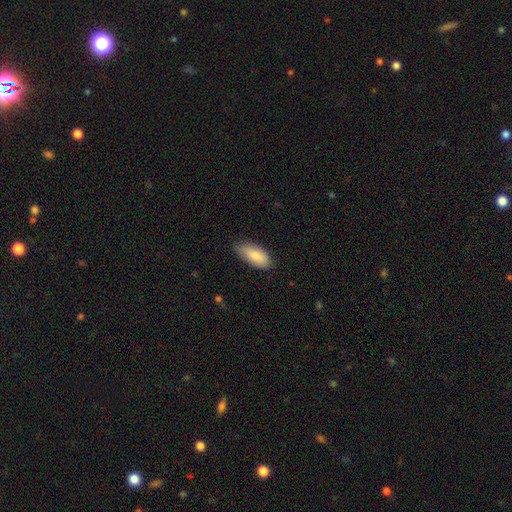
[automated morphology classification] smooth 84%, featured or disk 10%, star or artifact 6%. Down the decision tree: how rounded — in between (88%); merging — none (71%).